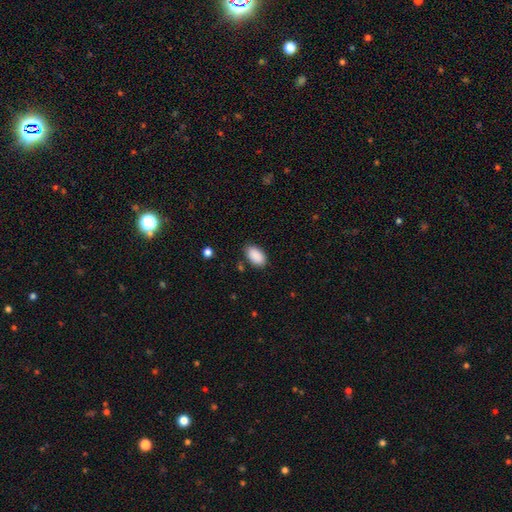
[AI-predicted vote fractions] A smooth galaxy with no disk features (90%) that is in between round and cigar-shaped (94%).

Vote fractions:
- Smooth or featured? smooth: 90% / star or artifact: 7% / featured or disk: 3%
- How rounded? in between: 94% / round: 4% / cigar-shaped: 2%
- Merging? none: 83% / minor disturbance: 12% / major disturbance: 3% / merger: 2%